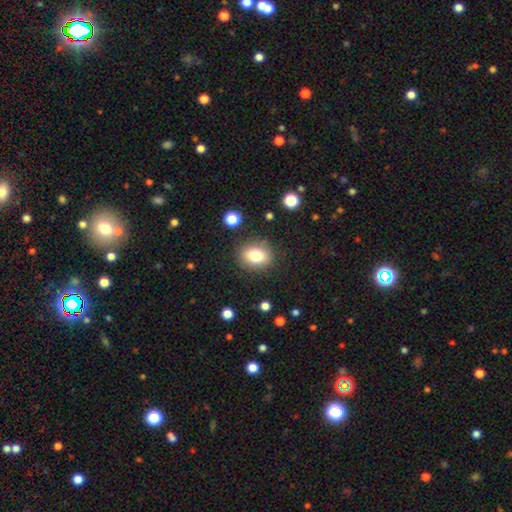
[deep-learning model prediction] A smooth galaxy with no disk features (78%) that is round (58%).

Vote fractions:
- Smooth or featured? smooth: 78% / star or artifact: 11% / featured or disk: 11%
- How rounded? round: 58% / in between: 41% / cigar-shaped: 1%
- Merging? none: 85% / minor disturbance: 10% / major disturbance: 3% / merger: 2%